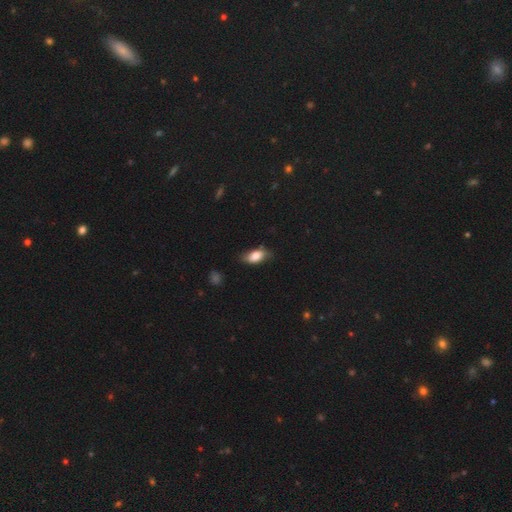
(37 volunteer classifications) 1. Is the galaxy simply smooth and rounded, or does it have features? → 86% smooth, 11% featured or disk, 3% star or artifact.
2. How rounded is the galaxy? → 100% in between, 0% round, 0% cigar-shaped.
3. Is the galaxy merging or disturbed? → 64% none, 22% minor disturbance, 11% major disturbance, 3% merger.